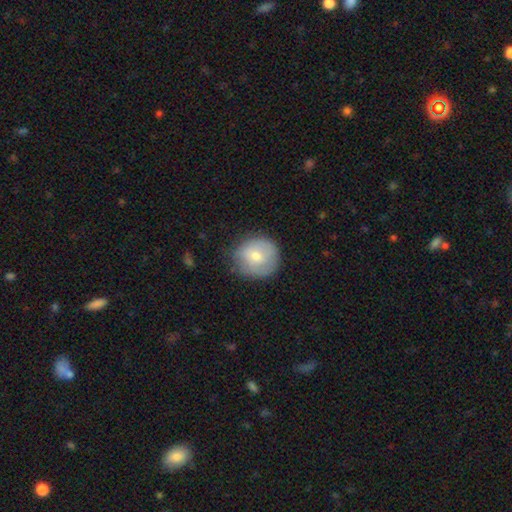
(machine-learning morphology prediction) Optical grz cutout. It shows a smooth galaxy with no disk features (65%) that is round (90%). Merging: none (75%).